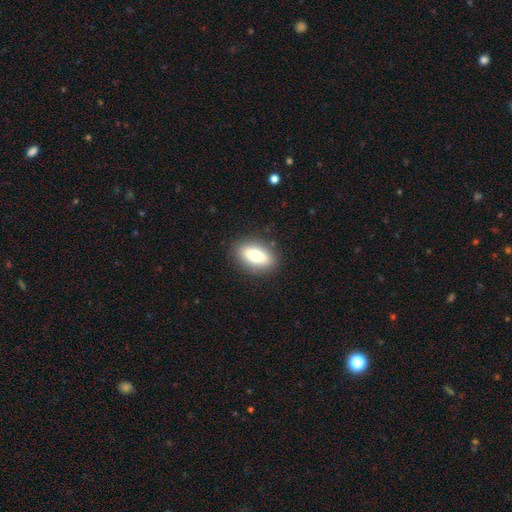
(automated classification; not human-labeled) The model was most divided on "smooth or featured": smooth: 71%, featured or disk: 21%, star or artifact: 8%. More confident: merging — none (87%); how rounded — in between (81%).